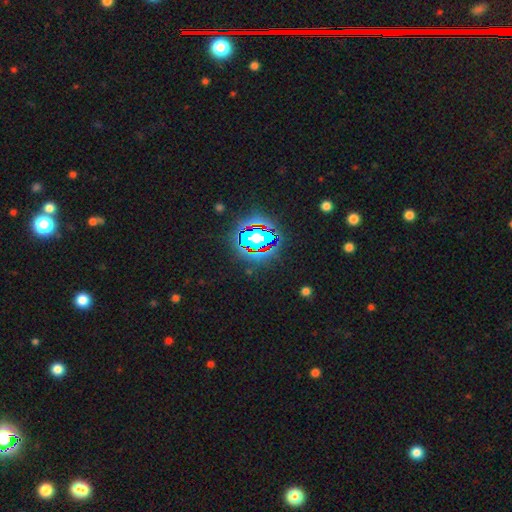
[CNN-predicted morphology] type=star or artifact (84%).